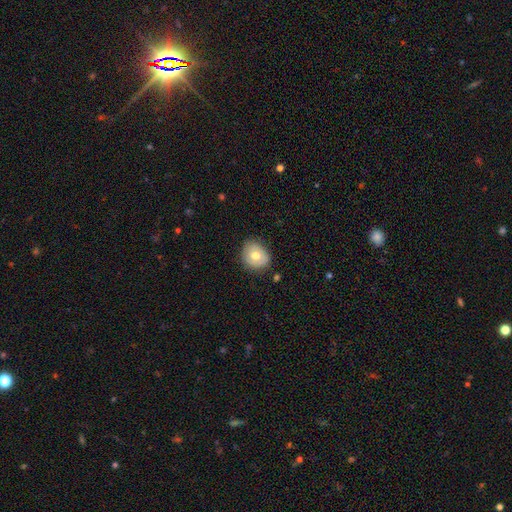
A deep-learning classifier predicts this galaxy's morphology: This is likely a smooth galaxy (67%). How rounded: likely round (65%). Merging: likely none (74%).